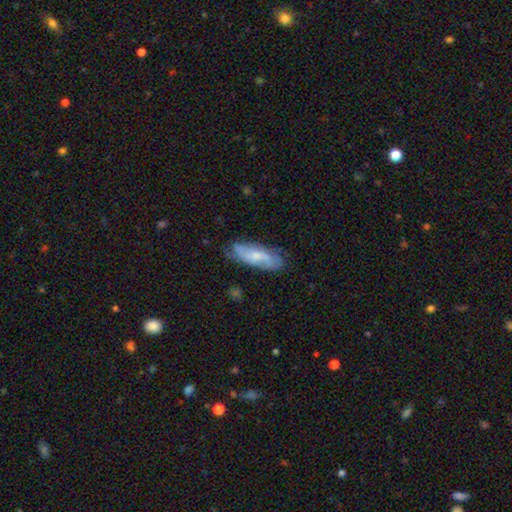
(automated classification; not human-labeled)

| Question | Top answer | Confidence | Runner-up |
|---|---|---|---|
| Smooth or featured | featured or disk | 55% | smooth (38%) |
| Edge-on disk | no | 83% | yes (17%) |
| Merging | none | 70% | minor disturbance (23%) |